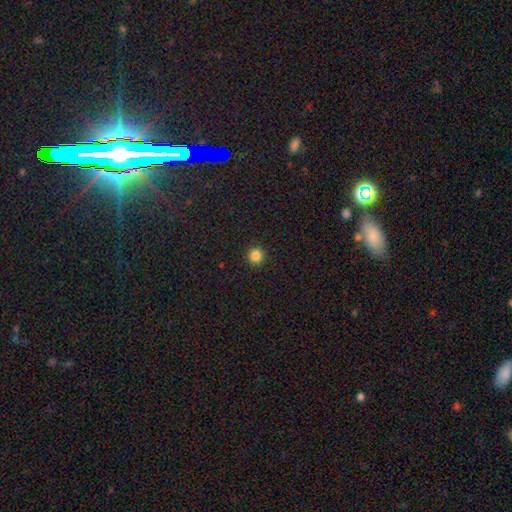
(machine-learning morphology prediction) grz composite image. It shows a smooth galaxy with no disk features (85%) that is round (95%). Merging: none (93%).